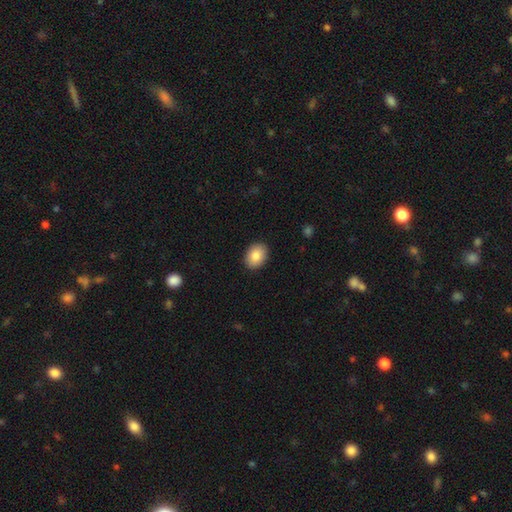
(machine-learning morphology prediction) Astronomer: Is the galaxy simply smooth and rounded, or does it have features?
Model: smooth — 85%.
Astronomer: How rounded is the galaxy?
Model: in between — 70%.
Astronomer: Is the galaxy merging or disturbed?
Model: none — 90%.